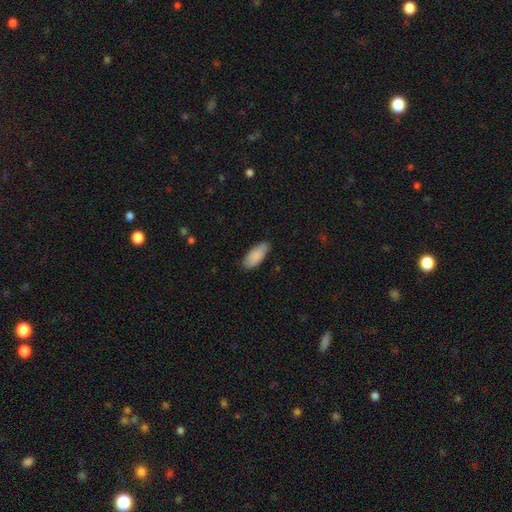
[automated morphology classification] smooth 87%, featured or disk 7%, star or artifact 6%. Down the decision tree: how rounded — in between (86%); merging — none (74%).